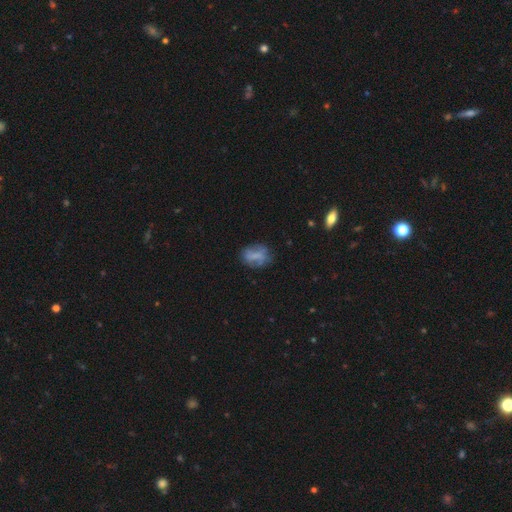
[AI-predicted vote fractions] Overall: smooth (57%; featured or disk 33%). How rounded: in between (72%). Merging: none (60%; minor disturbance 24%).